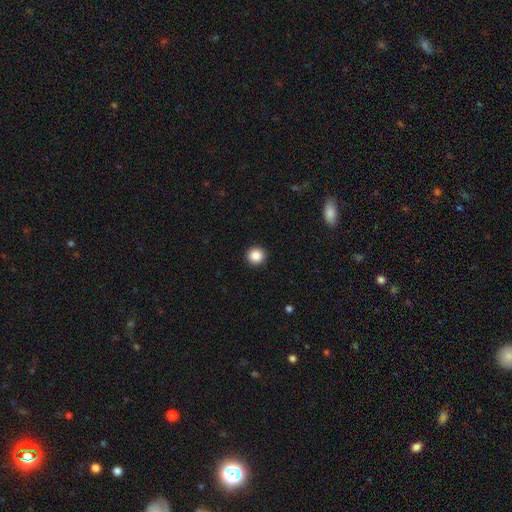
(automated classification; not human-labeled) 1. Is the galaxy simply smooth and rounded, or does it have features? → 87% smooth, 10% star or artifact, 3% featured or disk.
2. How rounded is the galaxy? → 95% round, 4% in between, 1% cigar-shaped.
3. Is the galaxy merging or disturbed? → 93% none, 4% minor disturbance, 2% major disturbance, 1% merger.